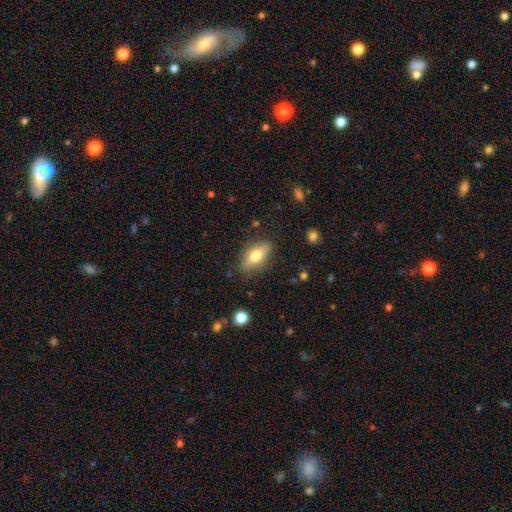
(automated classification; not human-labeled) Overall: smooth (65%; featured or disk 28%). How rounded: in between (76%). Merging: none (82%).